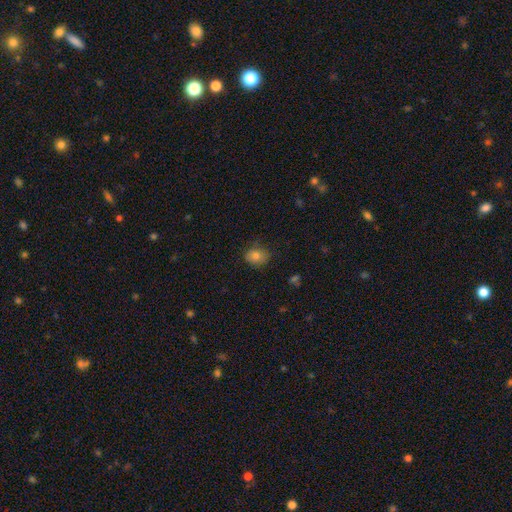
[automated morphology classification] smooth-or-featured: smooth: 81% | star or artifact: 11% | featured or disk: 8%
  how-rounded: round: 62% | in between: 37% | cigar-shaped: 1%
  merging: none: 74% | minor disturbance: 20% | major disturbance: 4% | merger: 1%